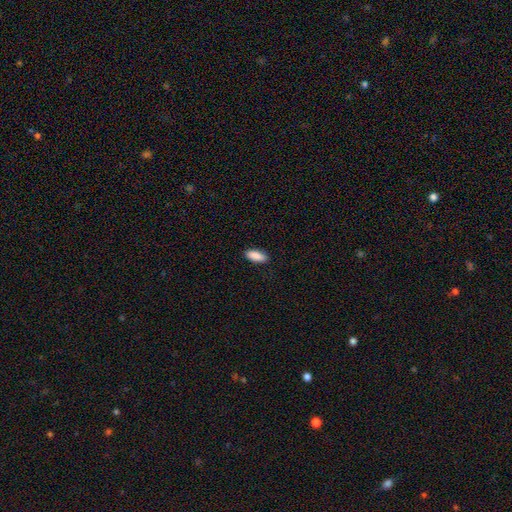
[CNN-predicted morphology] A smooth galaxy with no disk features (89%) that is in between round and cigar-shaped (77%).

Vote fractions:
- Smooth or featured? smooth: 89% / star or artifact: 6% / featured or disk: 4%
- How rounded? in between: 77% / cigar-shaped: 21% / round: 2%
- Merging? none: 89% / minor disturbance: 9% / major disturbance: 2% / merger: 1%